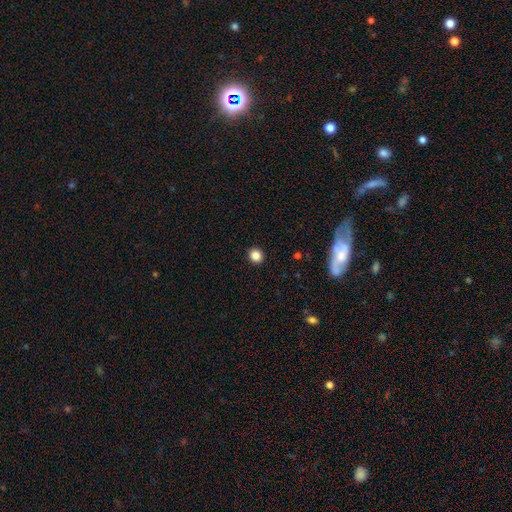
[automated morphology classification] Overall: smooth (85%). How rounded: round (86%). Merging: none (93%).